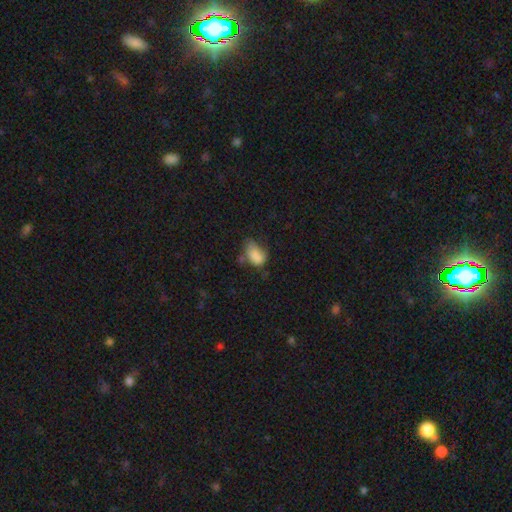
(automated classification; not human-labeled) smooth_or_featured: smooth (p=0.77) [alt: featured or disk p=0.13]
how_rounded: in between (p=0.86) [alt: round p=0.13]
merging: minor disturbance (p=0.35) [alt: none p=0.31]